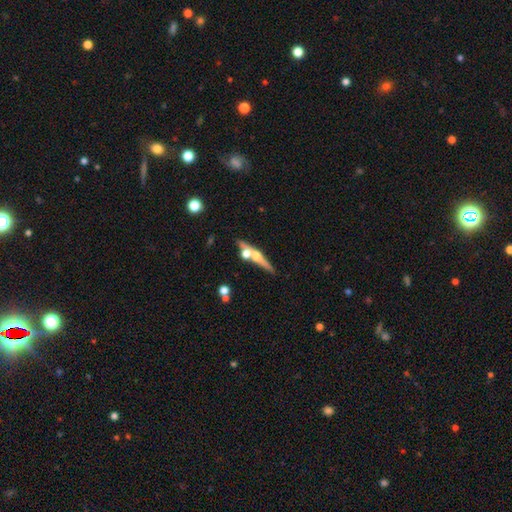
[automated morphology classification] Smooth or featured? featured or disk (64%)
Edge-on disk? yes (93%)
Edge-on bulge? rounded (91%)
Merging? none (64%)